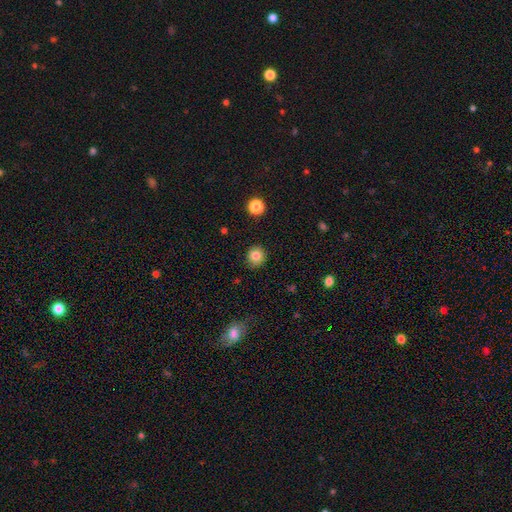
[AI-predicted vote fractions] Smooth or featured? smooth (84%)
How rounded? round (89%)
Merging? none (89%)